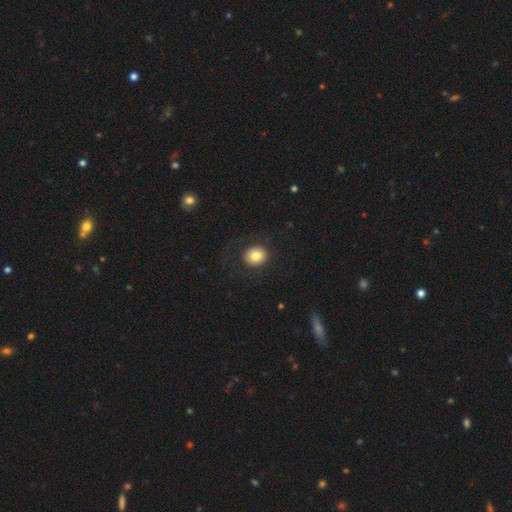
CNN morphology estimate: Overall: smooth (81%). How rounded: round (73%). Merging: none (85%).